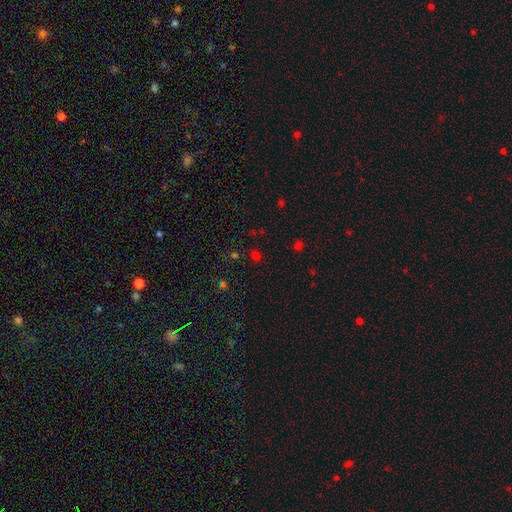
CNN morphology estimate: smooth 56%, star or artifact 38%, featured or disk 5%. Down the decision tree: how rounded — round (76%); merging — none (80%).